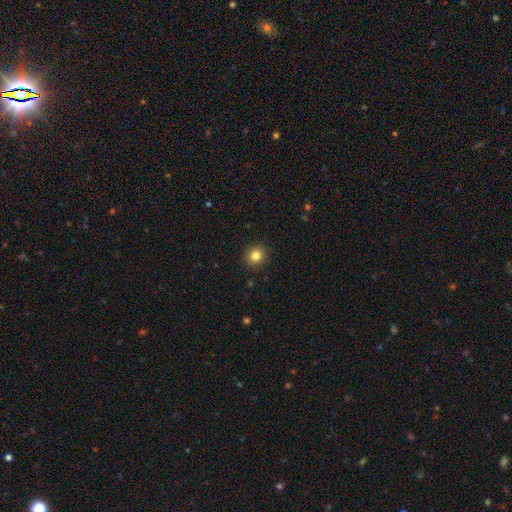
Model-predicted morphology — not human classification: smooth_or_featured: smooth (p=0.83) [alt: star or artifact p=0.12]
how_rounded: round (p=0.87) [alt: in between p=0.12]
merging: none (p=0.91) [alt: minor disturbance p=0.06]